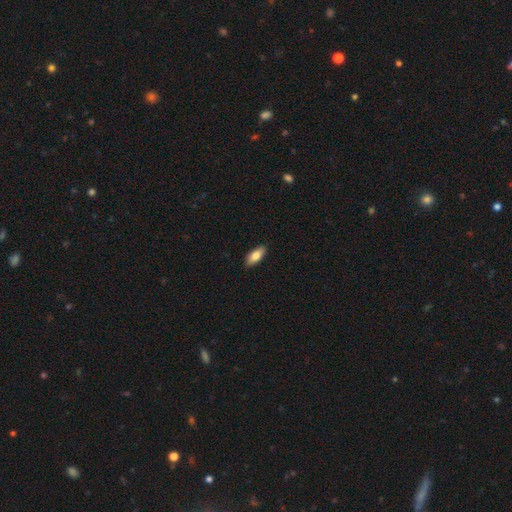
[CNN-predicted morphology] type=smooth (80%); roundness=in between (83%); merging=none (88%).